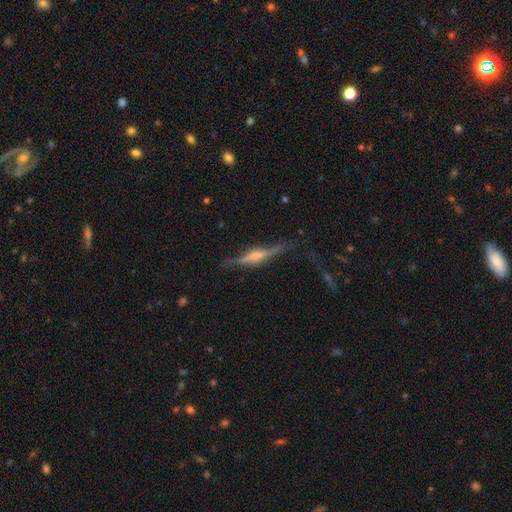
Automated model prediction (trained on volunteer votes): A featured or disk galaxy (77%) viewed edge-on (95%) with a rounded central bulge (64%). Merging: none (74%).